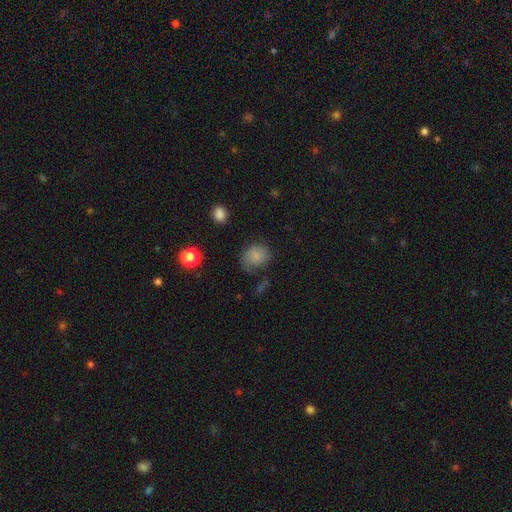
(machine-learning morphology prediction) Smooth or featured?
  - smooth: 79% *
  - star or artifact: 11%
  - featured or disk: 10%
How rounded?
  - round: 52% *
  - in between: 47%
  - cigar-shaped: 1%
Merging?
  - none: 62% *
  - minor disturbance: 25%
  - major disturbance: 10%
  - merger: 3%